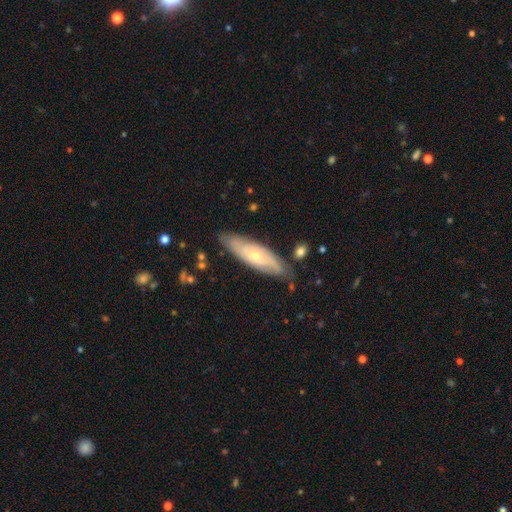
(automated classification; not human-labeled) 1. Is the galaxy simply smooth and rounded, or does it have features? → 62% featured or disk, 32% smooth, 6% star or artifact.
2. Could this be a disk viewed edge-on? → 70% no, 30% yes.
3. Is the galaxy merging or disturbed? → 77% none, 17% minor disturbance, 3% major disturbance, 2% merger.